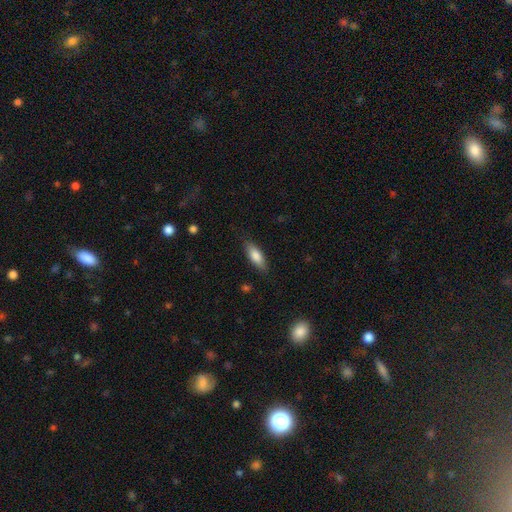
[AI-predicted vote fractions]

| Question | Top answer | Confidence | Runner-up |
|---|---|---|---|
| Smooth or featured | smooth | 79% | featured or disk (15%) |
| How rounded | in between | 65% | cigar-shaped (33%) |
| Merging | none | 84% | minor disturbance (13%) |